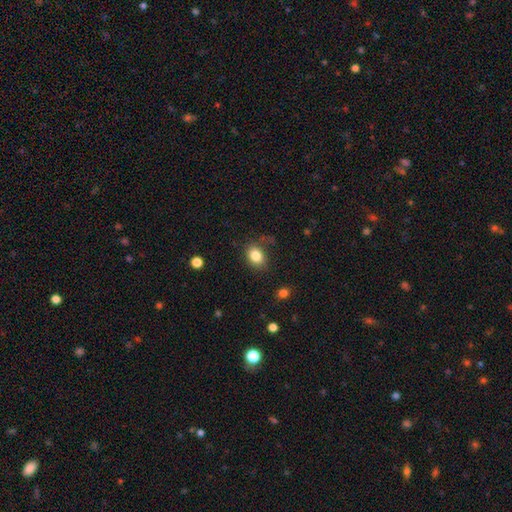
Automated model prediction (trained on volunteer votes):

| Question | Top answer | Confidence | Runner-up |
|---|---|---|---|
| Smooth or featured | smooth | 83% | star or artifact (10%) |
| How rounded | in between | 62% | round (37%) |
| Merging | none | 74% | minor disturbance (17%) |